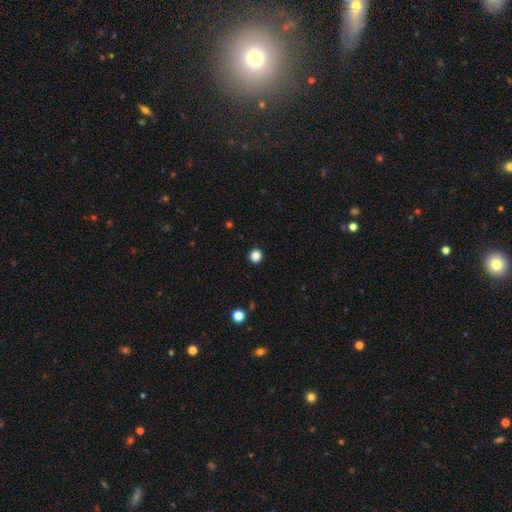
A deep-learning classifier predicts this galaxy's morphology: smooth_or_featured: smooth (p=0.86) [alt: star or artifact p=0.11]
how_rounded: round (p=0.91) [alt: in between p=0.08]
merging: none (p=0.93) [alt: minor disturbance p=0.05]